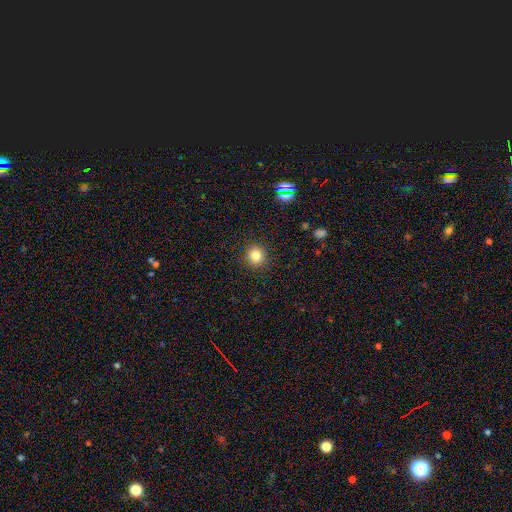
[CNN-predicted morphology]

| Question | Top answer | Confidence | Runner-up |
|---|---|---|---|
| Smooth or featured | smooth | 81% | star or artifact (13%) |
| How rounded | round | 87% | in between (12%) |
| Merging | none | 91% | minor disturbance (6%) |